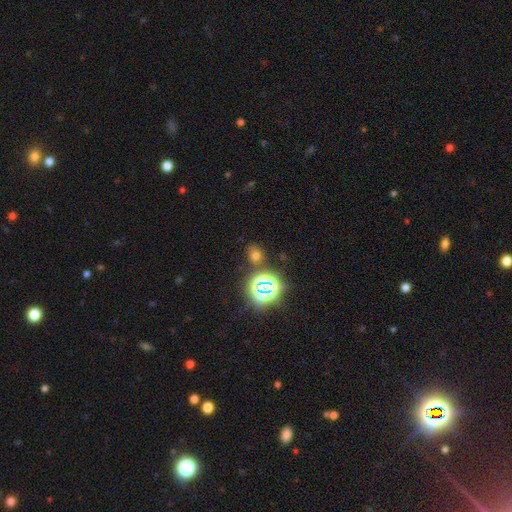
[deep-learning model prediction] Smooth or featured? Predicted: smooth (p=0.55). How rounded? Predicted: round (p=0.63). Merging? Predicted: none (p=0.79).